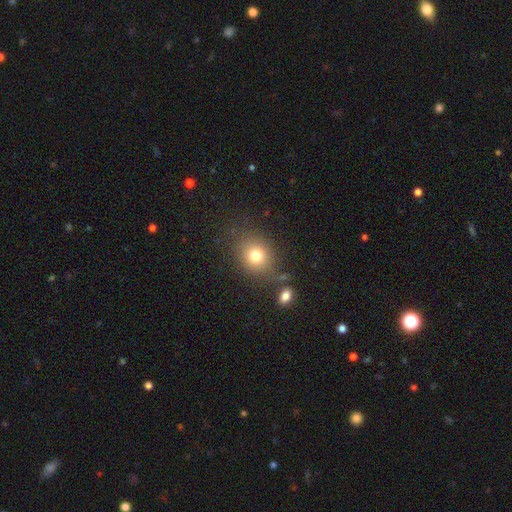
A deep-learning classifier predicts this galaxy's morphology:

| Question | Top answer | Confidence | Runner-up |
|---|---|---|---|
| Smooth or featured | smooth | 76% | star or artifact (13%) |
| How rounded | round | 72% | in between (27%) |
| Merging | none | 74% | minor disturbance (13%) |